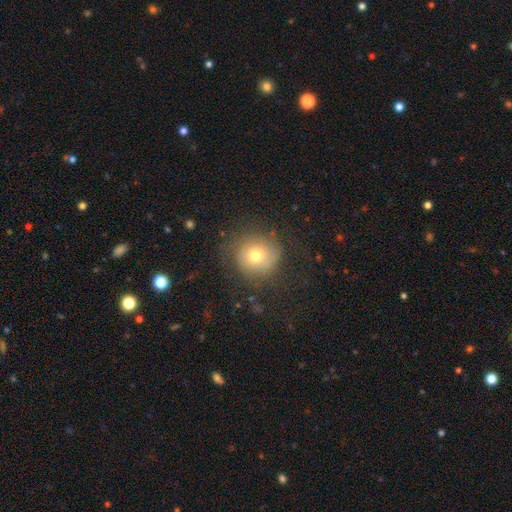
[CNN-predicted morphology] Smooth or featured? smooth (67%)
How rounded? round (91%)
Merging? none (72%)